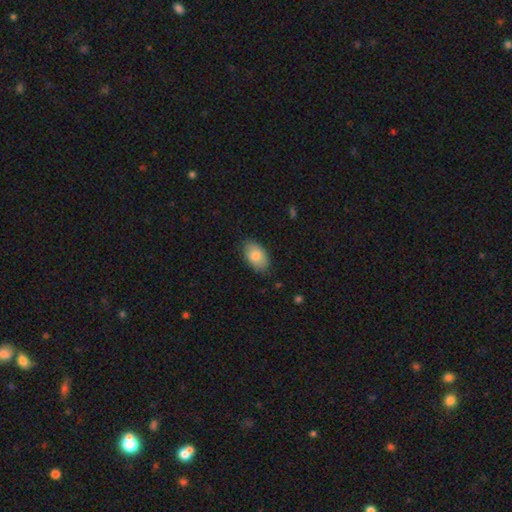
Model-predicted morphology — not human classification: Smooth or featured? Predicted: smooth (p=0.82). How rounded? Predicted: in between (p=0.91). Merging? Predicted: none (p=0.82).